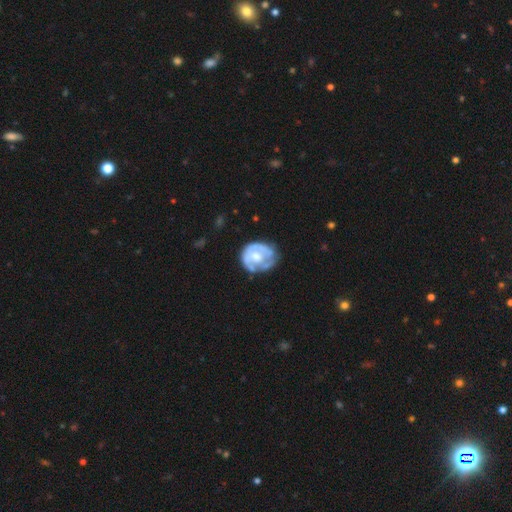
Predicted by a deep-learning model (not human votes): A featured or disk galaxy (64%) with no bar (75%), spiral arms (58%) and a moderate central bulge (59%). Merging: none (52%).